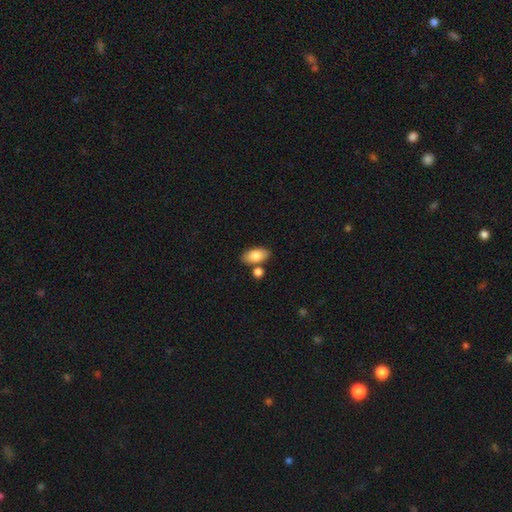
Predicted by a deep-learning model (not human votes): This appears to be a smooth galaxy with no disk features (81%) that is in between round and cigar-shaped (93%). Merging: none (73%).